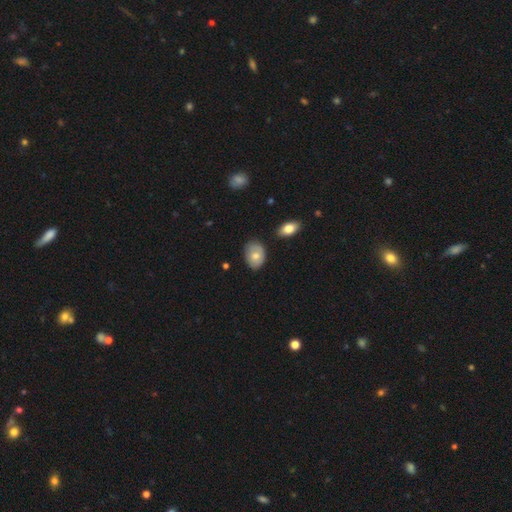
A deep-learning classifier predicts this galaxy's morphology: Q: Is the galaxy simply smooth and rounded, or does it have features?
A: smooth — 69%.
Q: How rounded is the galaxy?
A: in between — 76%.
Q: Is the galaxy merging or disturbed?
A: none — 71%.